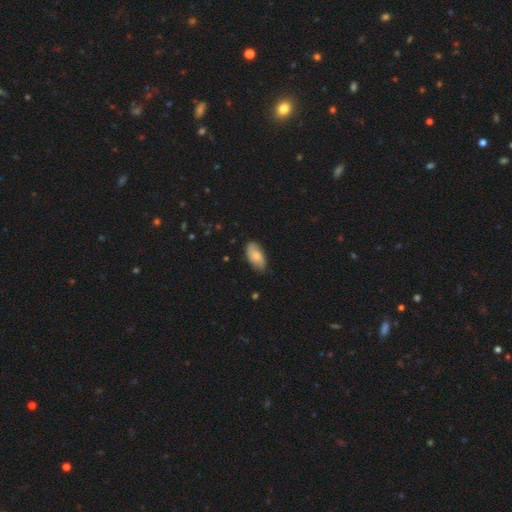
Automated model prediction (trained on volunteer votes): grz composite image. It shows a smooth galaxy with no disk features (72%) that is in between round and cigar-shaped (92%). Merging: none (72%).